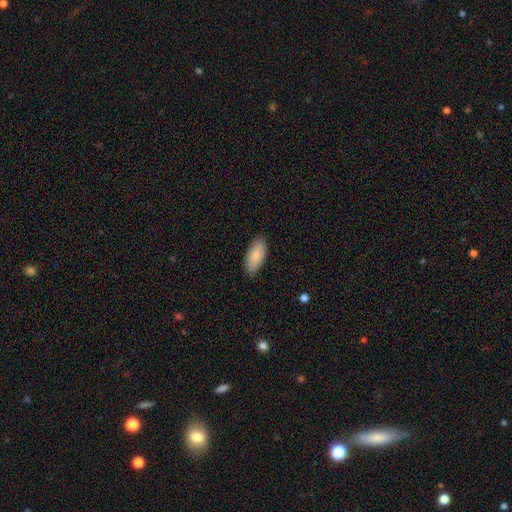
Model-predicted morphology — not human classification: Overall: smooth (84%). How rounded: in between (90%). Merging: none (87%).